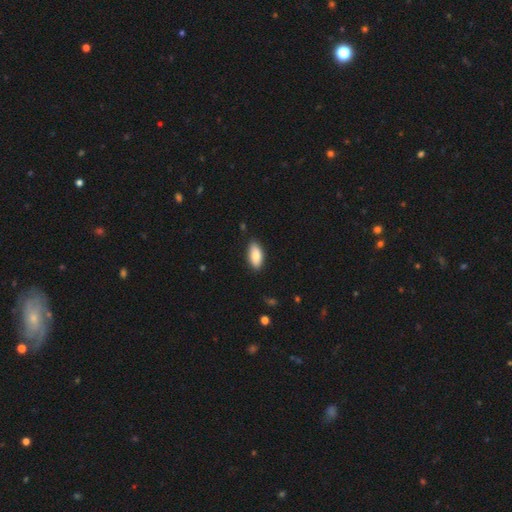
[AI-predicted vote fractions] A smooth galaxy with no disk features (82%) that is in between round and cigar-shaped (89%).

Vote fractions:
- Smooth or featured? smooth: 82% / featured or disk: 12% / star or artifact: 6%
- How rounded? in between: 89% / cigar-shaped: 9% / round: 2%
- Merging? none: 86% / minor disturbance: 11% / major disturbance: 2% / merger: 1%